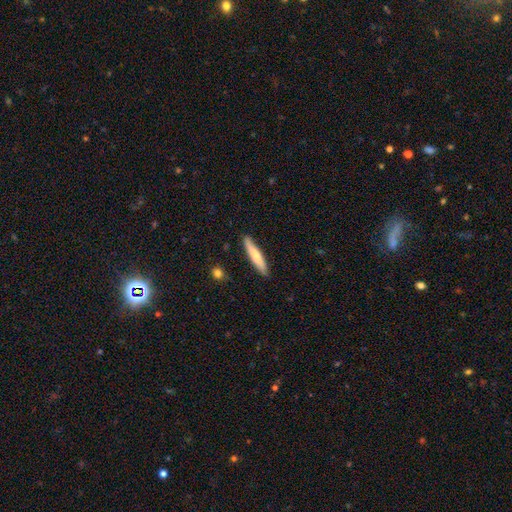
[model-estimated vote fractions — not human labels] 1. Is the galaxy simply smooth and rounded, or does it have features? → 68% smooth, 26% featured or disk, 5% star or artifact.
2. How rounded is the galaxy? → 89% cigar-shaped, 10% in between, 1% round.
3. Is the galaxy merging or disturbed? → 87% none, 10% minor disturbance, 2% major disturbance, 1% merger.